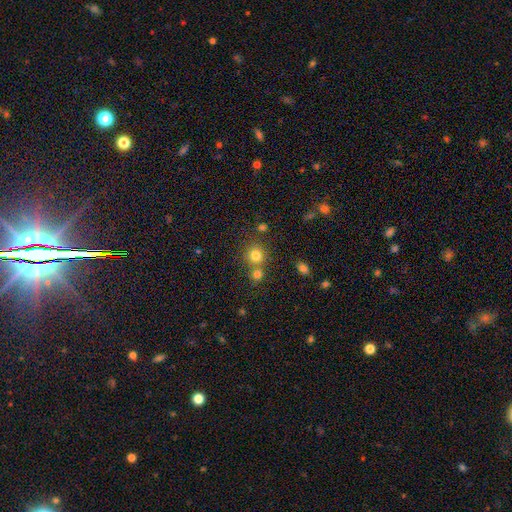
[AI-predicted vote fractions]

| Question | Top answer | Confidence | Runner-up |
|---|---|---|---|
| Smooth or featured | smooth | 79% | star or artifact (14%) |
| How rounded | round | 87% | in between (12%) |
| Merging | none | 61% | merger (28%) |